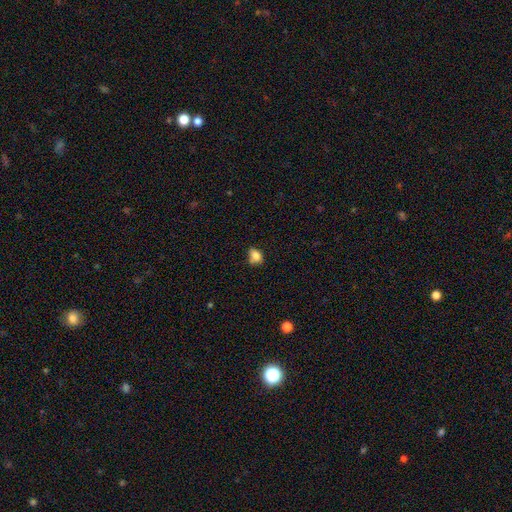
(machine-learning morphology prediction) Q: Smooth or featured?
A: smooth (78%); runner-up: featured or disk (11%)
Q: How rounded?
A: in between (67%); runner-up: round (31%)
Q: Merging?
A: none (54%); runner-up: minor disturbance (26%)